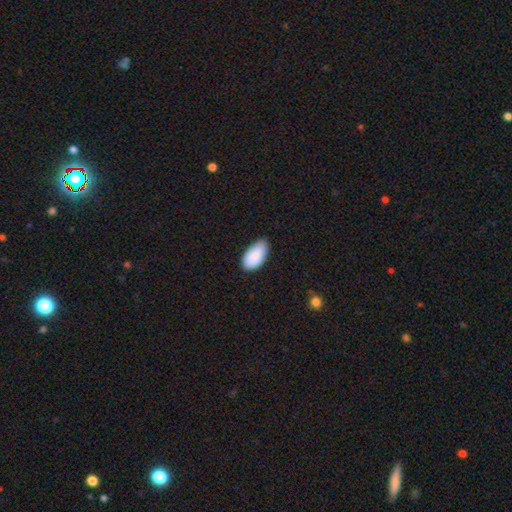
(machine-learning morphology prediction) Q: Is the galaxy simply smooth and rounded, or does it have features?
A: smooth — 87%.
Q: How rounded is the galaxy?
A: in between — 96%.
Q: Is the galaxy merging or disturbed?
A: none — 72%.